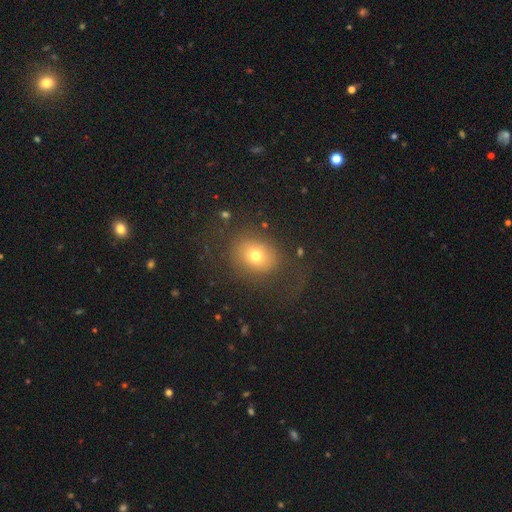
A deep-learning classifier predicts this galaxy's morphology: Smooth or featured? smooth (68%)
How rounded? round (61%)
Merging? none (63%)